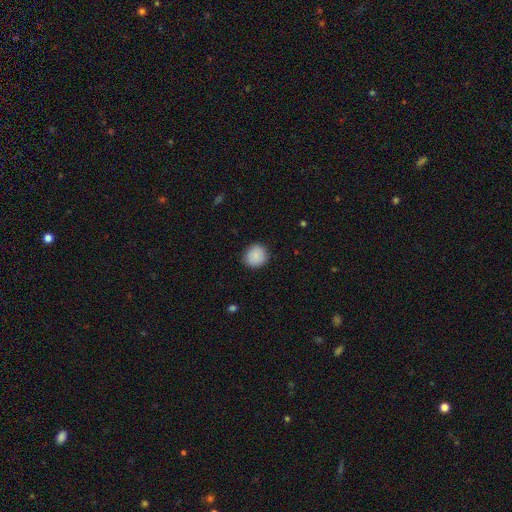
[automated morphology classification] smooth_or_featured: smooth (p=0.88) [alt: star or artifact p=0.08]
how_rounded: round (p=0.88) [alt: in between p=0.11]
merging: none (p=0.87) [alt: minor disturbance p=0.09]